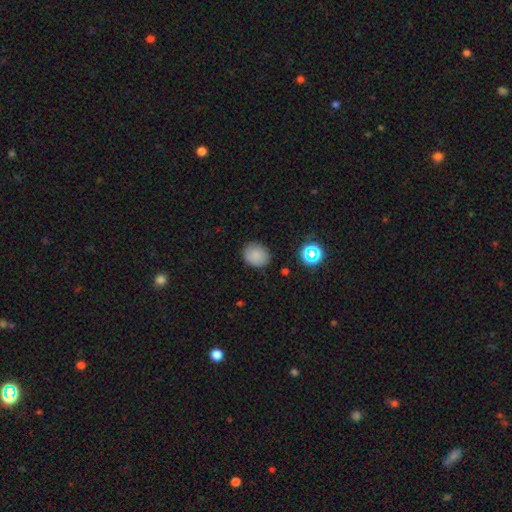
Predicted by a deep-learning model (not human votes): Smooth or featured? smooth (82%)
How rounded? round (64%)
Merging? none (85%)